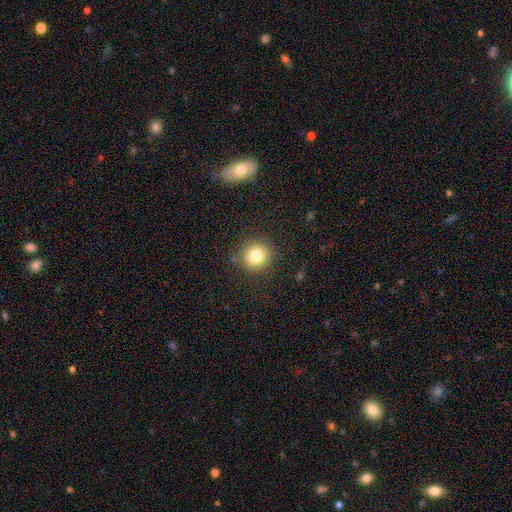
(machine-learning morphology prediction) A smooth galaxy with no disk features (81%) that is round (88%). Merging: none (87%).